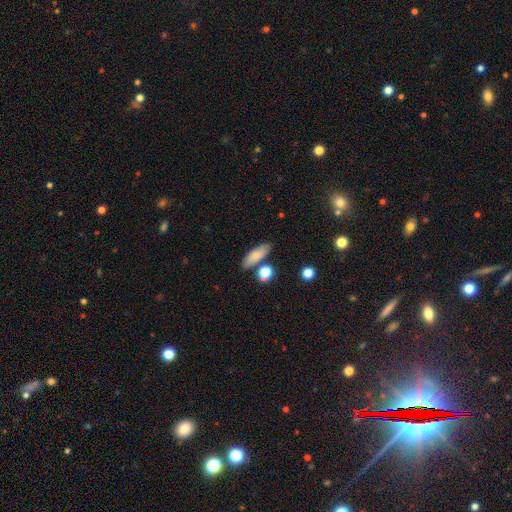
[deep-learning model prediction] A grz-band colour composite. It shows a smooth galaxy with no disk features (80%) that is in between round and cigar-shaped (57%). Merging: none (76%).